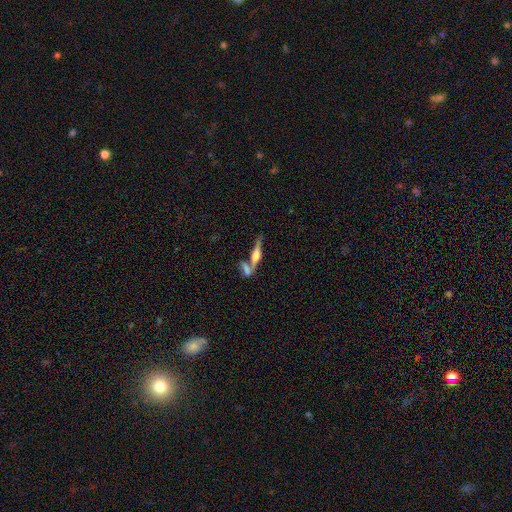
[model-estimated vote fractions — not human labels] smooth-or-featured: featured or disk: 64% | smooth: 27% | star or artifact: 8%
  disk-edge-on: yes: 94% | no: 6%
    edge-on-bulge: rounded: 87% | boxy: 9% | none: 4%
  merging: none: 51% | merger: 34% | minor disturbance: 10% | major disturbance: 5%